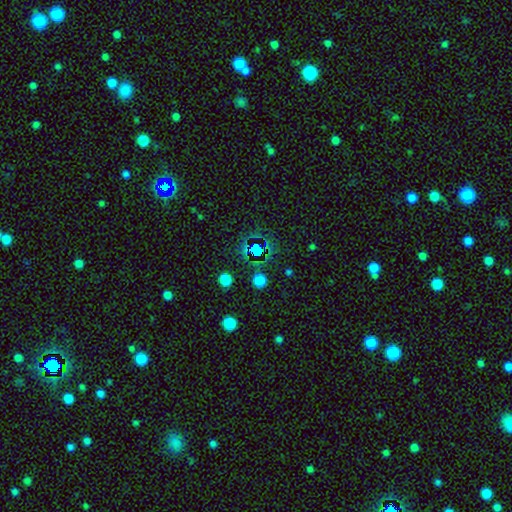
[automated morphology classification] star or artifact 69%, smooth 22%, featured or disk 9%.